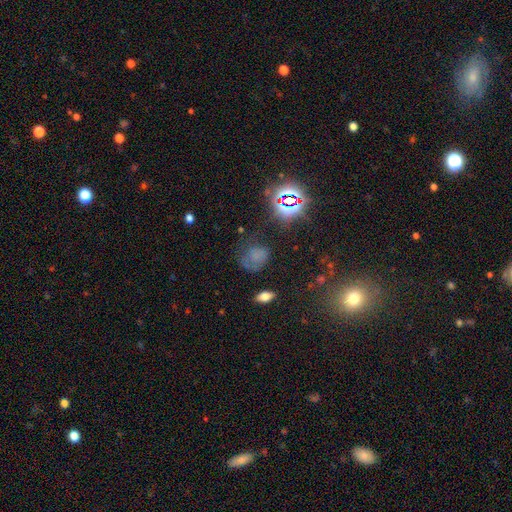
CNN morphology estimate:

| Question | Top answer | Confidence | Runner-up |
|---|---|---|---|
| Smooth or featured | smooth | 50% | star or artifact (31%) |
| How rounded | round | 51% | in between (47%) |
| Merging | none | 47% | minor disturbance (27%) |